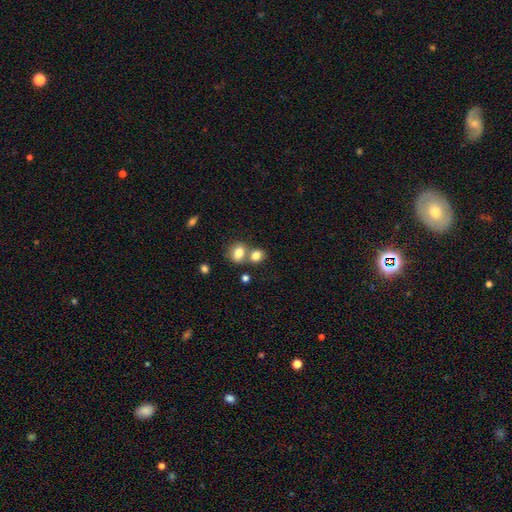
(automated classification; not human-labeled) Smooth or featured?
  - smooth: 81% *
  - star or artifact: 10%
  - featured or disk: 9%
How rounded?
  - round: 51% *
  - in between: 48%
  - cigar-shaped: 1%
Merging?
  - merger: 50% *
  - none: 38%
  - minor disturbance: 8%
  - major disturbance: 3%